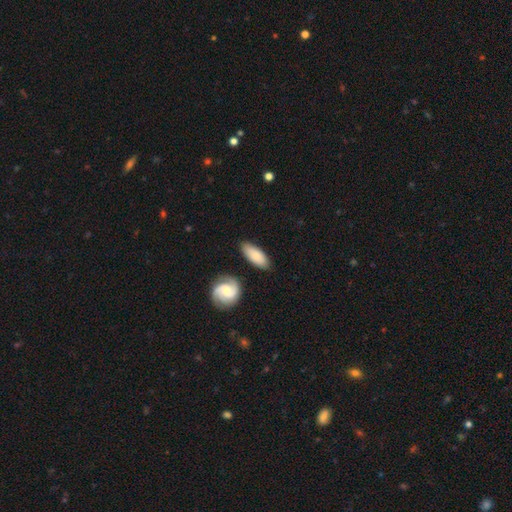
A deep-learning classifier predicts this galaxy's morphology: Smooth or featured?
  - smooth: 73% *
  - featured or disk: 21%
  - star or artifact: 5%
How rounded?
  - in between: 80% *
  - cigar-shaped: 18%
  - round: 3%
Merging?
  - none: 79% *
  - minor disturbance: 13%
  - merger: 5%
  - major disturbance: 3%